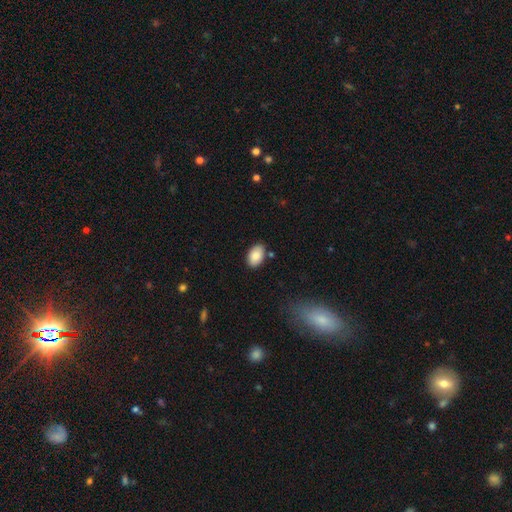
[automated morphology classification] Smooth or featured? Predicted: smooth (p=0.88). How rounded? Predicted: in between (p=0.91). Merging? Predicted: none (p=0.82).